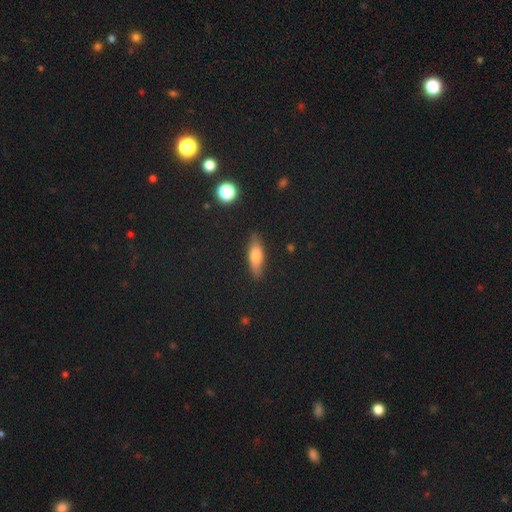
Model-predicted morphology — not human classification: The model was most divided on "how rounded": cigar-shaped: 49%, in between: 48%, round: 3%. More confident: merging — none (84%); smooth or featured — smooth (67%).